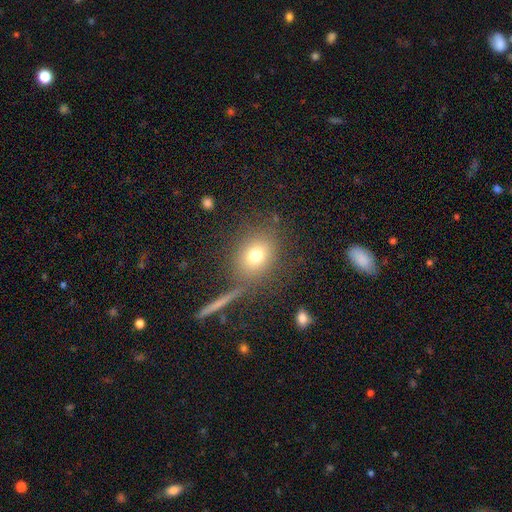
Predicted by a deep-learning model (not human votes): This is likely a smooth galaxy (73%). How rounded: likely round (63%). Merging: likely none (76%).